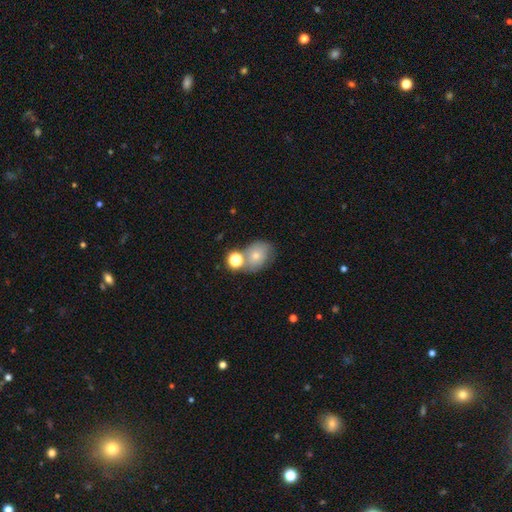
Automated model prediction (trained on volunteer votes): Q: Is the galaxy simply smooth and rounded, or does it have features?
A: smooth — 68%.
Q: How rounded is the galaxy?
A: in between — 54%.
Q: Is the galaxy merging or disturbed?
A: none — 48%.